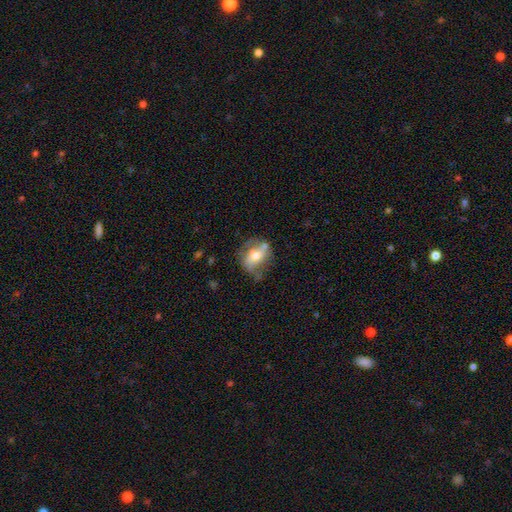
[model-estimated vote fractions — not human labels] Smooth or featured? featured or disk (49%)
Merging? none (53%)